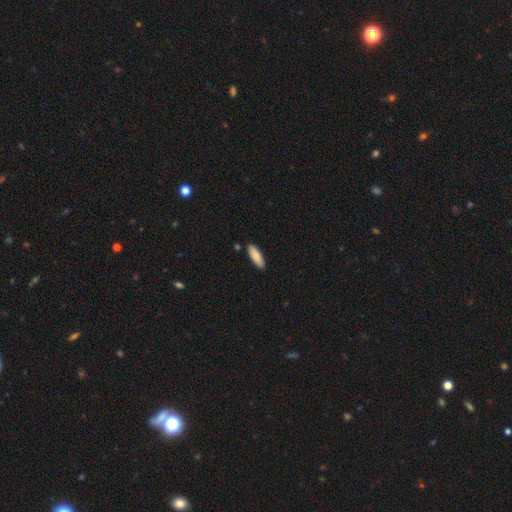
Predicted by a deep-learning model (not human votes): smooth 86%, featured or disk 8%, star or artifact 6%. Down the decision tree: how rounded — in between (58%); merging — none (87%).